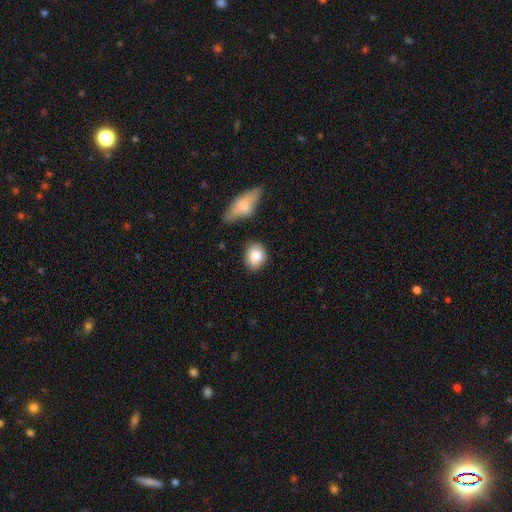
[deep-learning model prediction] Q: Smooth or featured?
A: smooth (85%); runner-up: featured or disk (8%)
Q: How rounded?
A: in between (54%); runner-up: round (44%)
Q: Merging?
A: none (74%); runner-up: minor disturbance (17%)